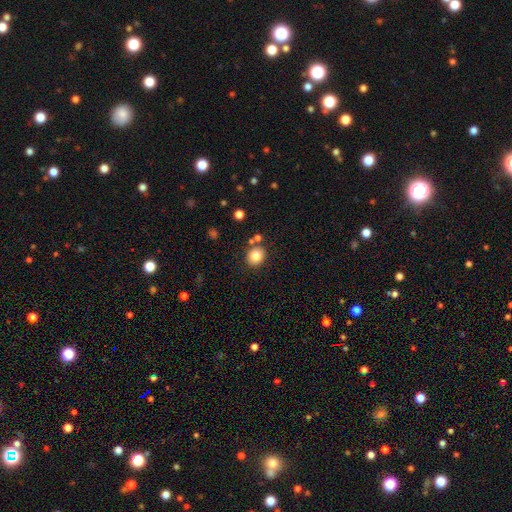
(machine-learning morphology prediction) The model was most divided on "how rounded": round: 74%, in between: 25%, cigar-shaped: 1%. More confident: smooth or featured — smooth (82%); merging — none (81%).